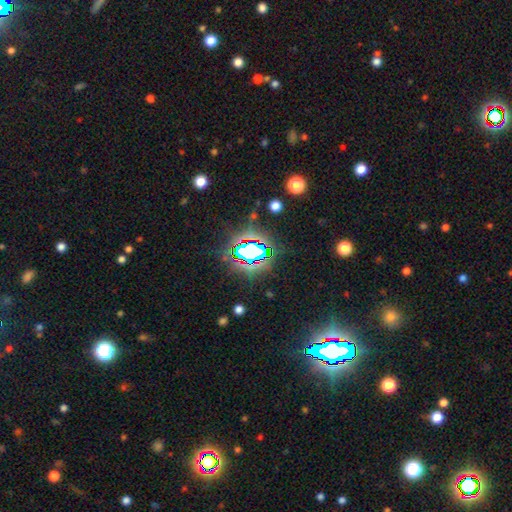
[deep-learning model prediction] Smooth or featured? Predicted: star or artifact (p=0.74).